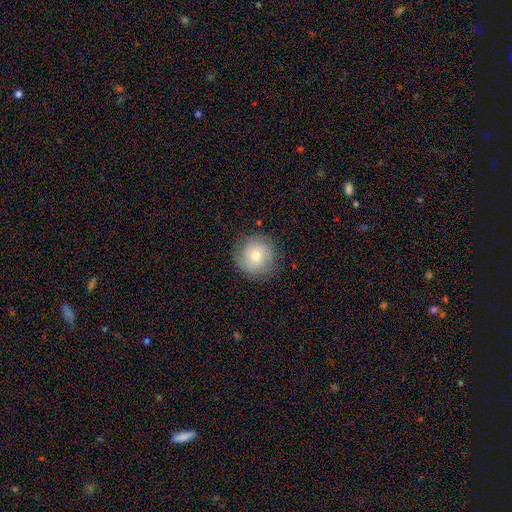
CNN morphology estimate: The model was most divided on "smooth or featured": smooth: 62%, featured or disk: 29%, star or artifact: 9%. More confident: how rounded — round (94%); merging — none (84%).